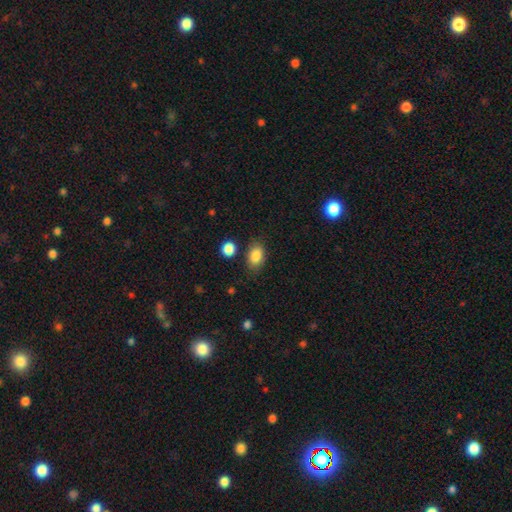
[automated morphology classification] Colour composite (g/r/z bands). It shows a smooth galaxy with no disk features (86%) that is in between round and cigar-shaped (84%). Merging: none (80%).